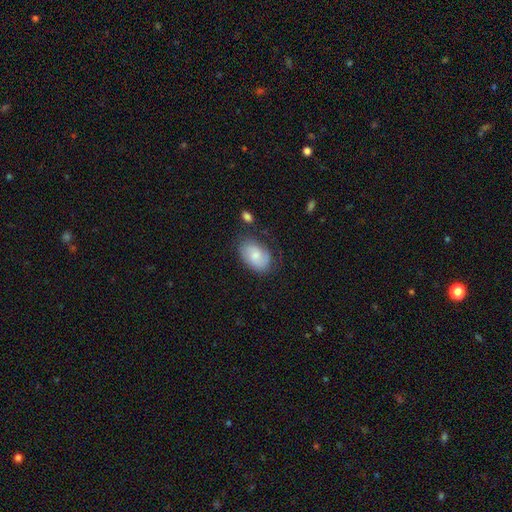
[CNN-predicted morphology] smooth_or_featured: smooth (p=0.63) [alt: featured or disk p=0.30]
how_rounded: in between (p=0.88) [alt: round p=0.11]
merging: none (p=0.66) [alt: minor disturbance p=0.23]